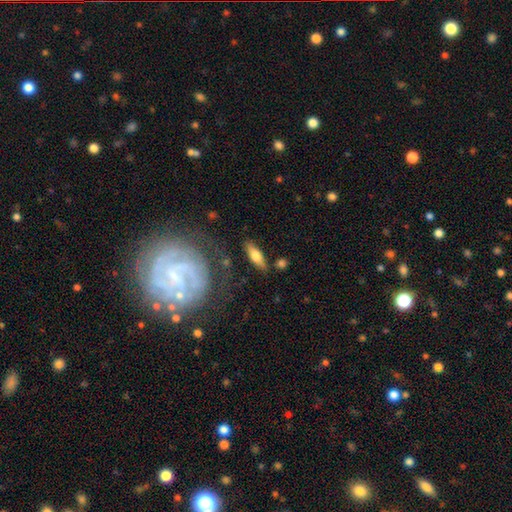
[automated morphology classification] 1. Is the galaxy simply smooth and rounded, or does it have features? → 64% smooth, 29% featured or disk, 7% star or artifact.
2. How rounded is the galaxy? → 62% in between, 35% cigar-shaped, 3% round.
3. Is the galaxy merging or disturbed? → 80% none, 12% minor disturbance, 4% merger, 4% major disturbance.